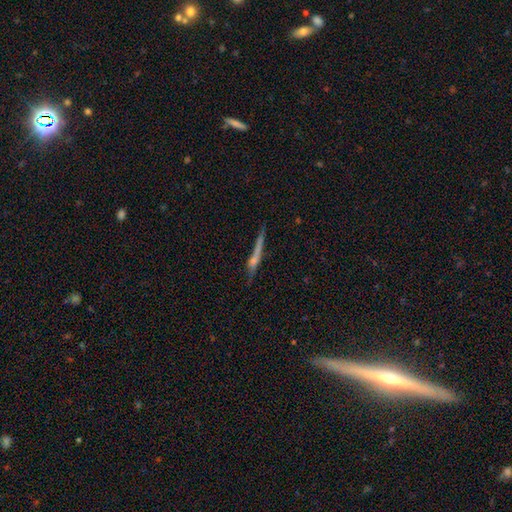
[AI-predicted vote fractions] smooth-or-featured: featured or disk: 58% | smooth: 32% | star or artifact: 10%
  disk-edge-on: yes: 95% | no: 5%
    edge-on-bulge: none: 49% | rounded: 41% | boxy: 10%
  merging: none: 76% | minor disturbance: 16% | major disturbance: 5% | merger: 4%